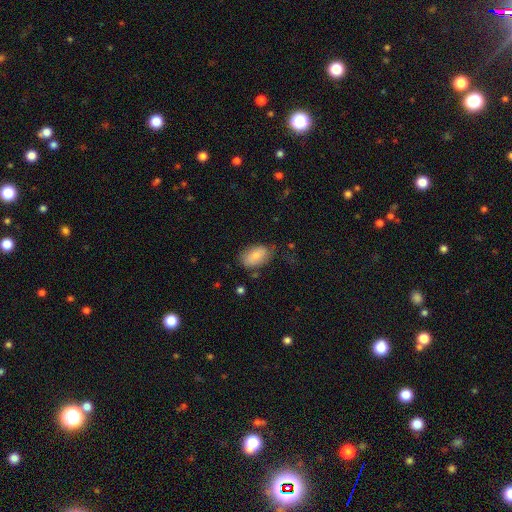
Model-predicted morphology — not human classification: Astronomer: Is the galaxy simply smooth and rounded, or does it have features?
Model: smooth — 77%.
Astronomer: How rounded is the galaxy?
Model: in between — 92%.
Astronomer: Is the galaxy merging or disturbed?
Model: none — 62%.